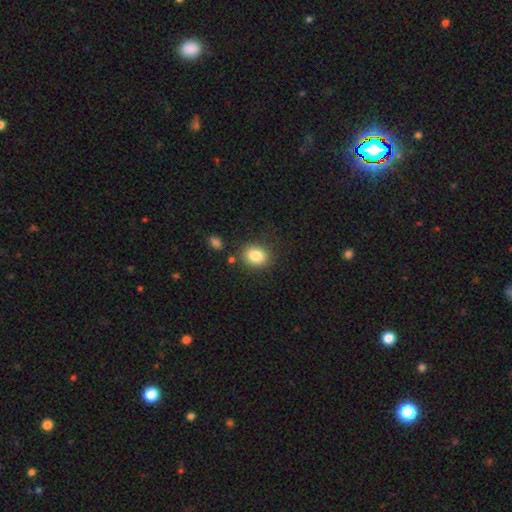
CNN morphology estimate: This is clearly a smooth galaxy (85%). How rounded: possibly in between (55%). Merging: clearly none (81%).